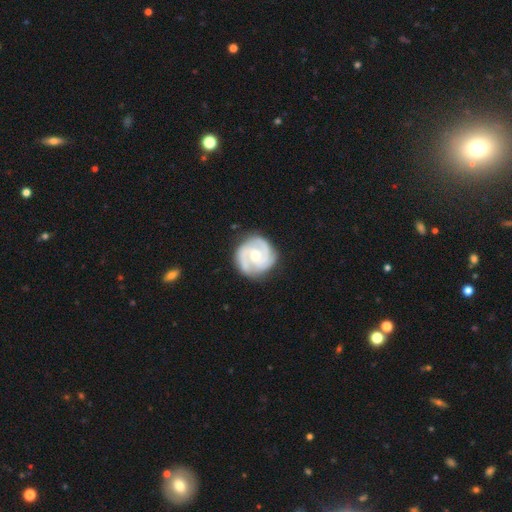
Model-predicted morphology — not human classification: featured or disk 87%, smooth 9%, star or artifact 4%. Down the decision tree: edge-on disk — no (98%); bar — no (62%); spiral arms — yes (97%); spiral arm count — 3 (48%); spiral winding — tight (59%); bulge size — moderate (61%); merging — none (82%).